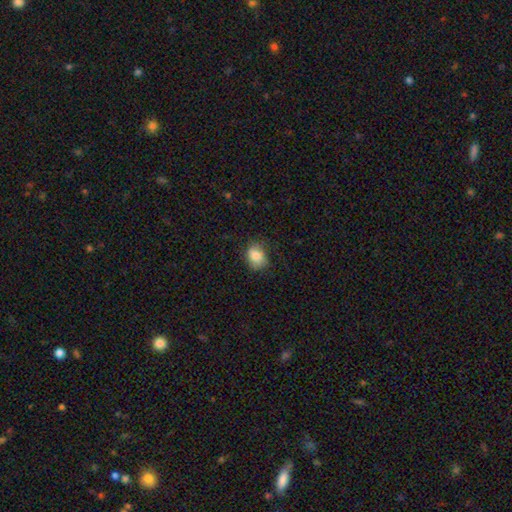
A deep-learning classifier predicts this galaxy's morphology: type=smooth (84%); roundness=in between (58%); merging=none (71%).